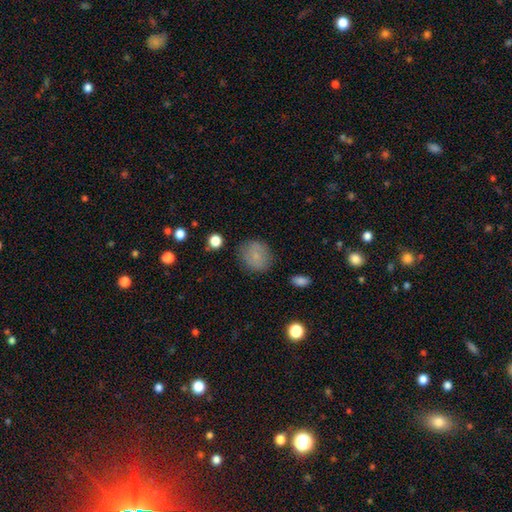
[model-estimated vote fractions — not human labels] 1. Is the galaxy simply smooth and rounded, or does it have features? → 77% smooth, 14% featured or disk, 10% star or artifact.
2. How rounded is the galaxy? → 75% round, 23% in between, 1% cigar-shaped.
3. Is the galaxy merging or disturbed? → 80% none, 14% minor disturbance, 4% major disturbance, 2% merger.